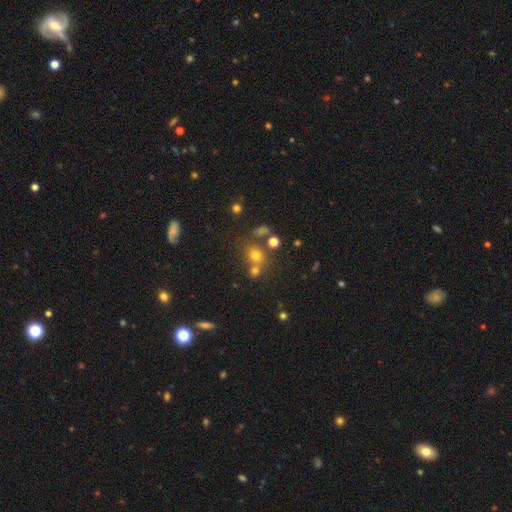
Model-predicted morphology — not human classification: Smooth or featured?
  - smooth: 67% *
  - star or artifact: 22%
  - featured or disk: 12%
How rounded?
  - round: 68% *
  - in between: 31%
  - cigar-shaped: 1%
Merging?
  - none: 57% *
  - merger: 27%
  - minor disturbance: 11%
  - major disturbance: 5%